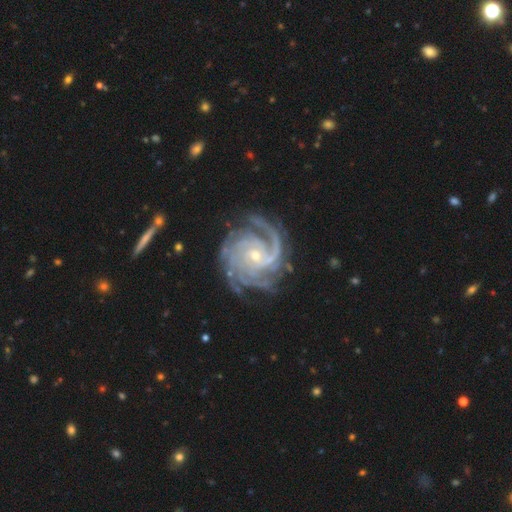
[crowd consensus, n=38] smooth-or-featured: featured or disk: 97% | smooth: 3% | star or artifact: 0%
  disk-edge-on: no: 97% | yes: 3%
    bar: no: 81% | weak: 14% | strong: 6%
    has-spiral-arms: yes: 100% | no: 0%
      spiral-winding: tight: 75% | medium: 22% | loose: 3%
      spiral-arm-count: 3: 31% | 4: 25% | more than 4: 19% | can't tell: 19% | 2: 6% | 1: 0%
    bulge-size: small: 78% | moderate: 22% | dominant: 0% | large: 0% | none: 0%
  merging: none: 87% | minor disturbance: 8% | major disturbance: 5% | merger: 0%